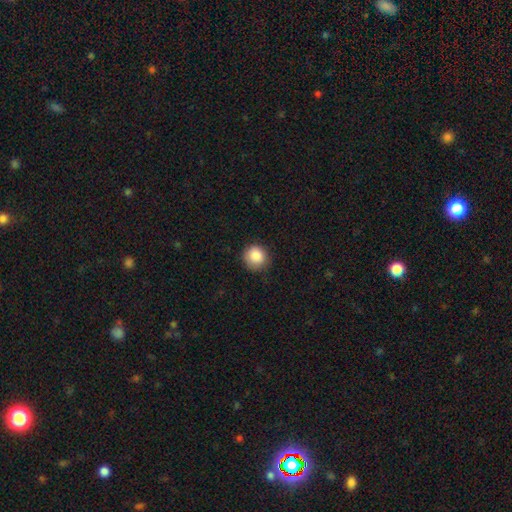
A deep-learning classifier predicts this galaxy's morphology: smooth_or_featured: smooth (p=0.87) [alt: star or artifact p=0.09]
how_rounded: round (p=0.91) [alt: in between p=0.08]
merging: none (p=0.84) [alt: minor disturbance p=0.13]